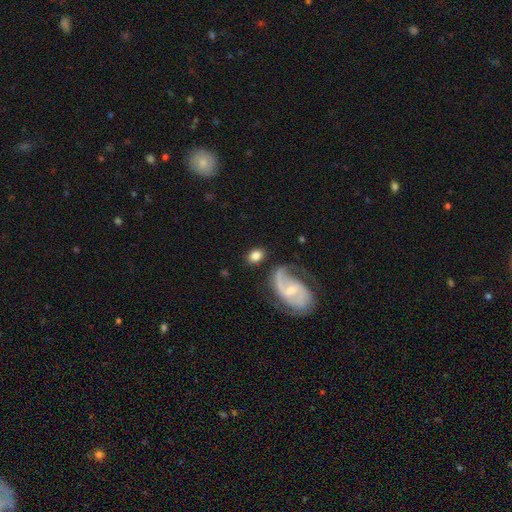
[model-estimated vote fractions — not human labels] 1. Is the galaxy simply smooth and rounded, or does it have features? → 70% smooth, 23% featured or disk, 7% star or artifact.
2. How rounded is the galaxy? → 71% in between, 26% round, 2% cigar-shaped.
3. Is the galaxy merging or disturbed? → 74% none, 14% minor disturbance, 7% major disturbance, 6% merger.